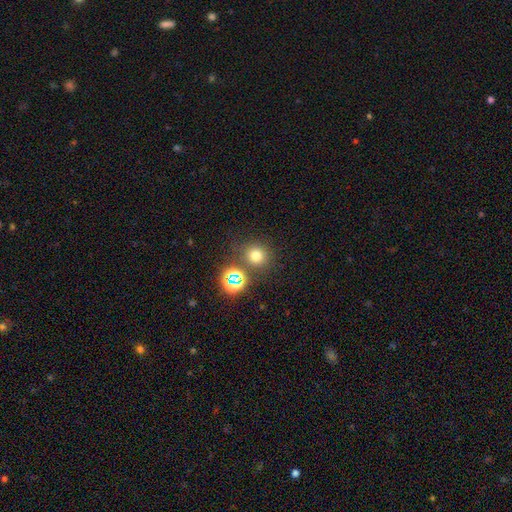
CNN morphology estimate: The model was most divided on "smooth or featured": smooth: 69%, star or artifact: 23%, featured or disk: 7%. More confident: how rounded — round (89%); merging — none (78%).